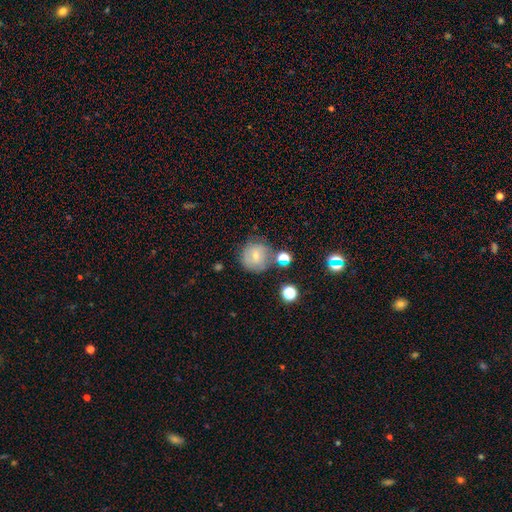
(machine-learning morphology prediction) smooth-or-featured: smooth: 61% | featured or disk: 27% | star or artifact: 12%
  how-rounded: round: 91% | in between: 8% | cigar-shaped: 1%
  merging: none: 64% | minor disturbance: 18% | merger: 11% | major disturbance: 7%